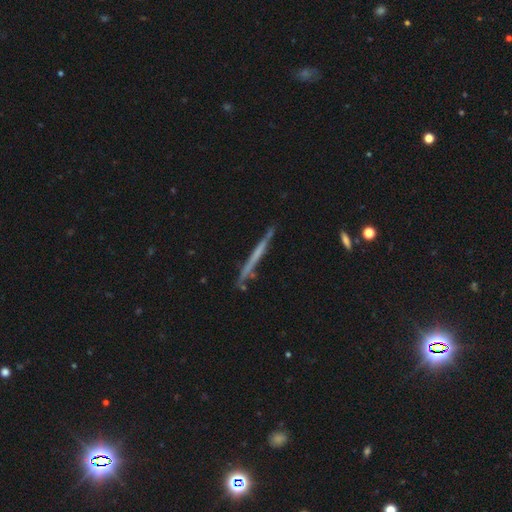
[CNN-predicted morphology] type=featured or disk (56%); edge-on=yes (95%); edge-on bulge=none (87%); merging=none (80%).